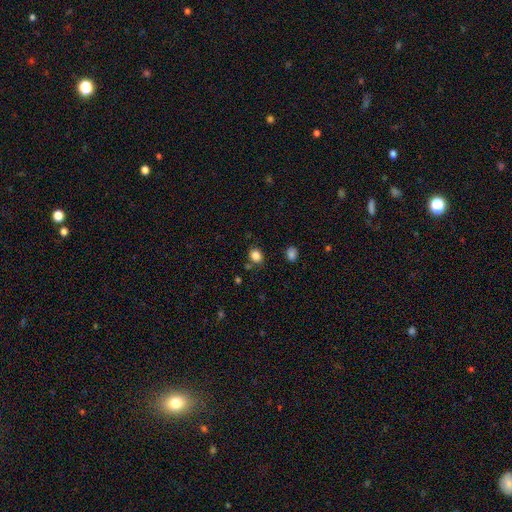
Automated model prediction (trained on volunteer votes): This is clearly a smooth galaxy (85%). How rounded: possibly round (58%). Merging: likely none (78%).